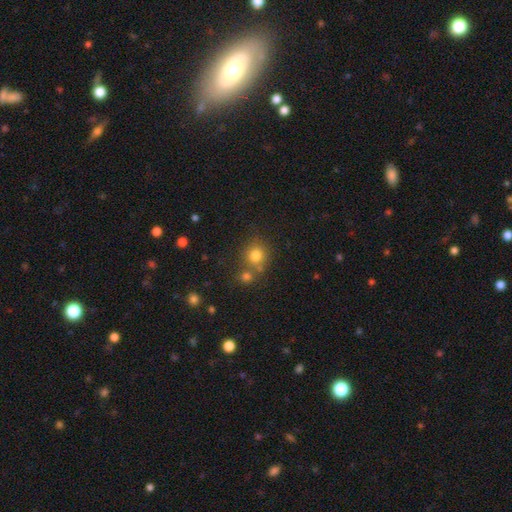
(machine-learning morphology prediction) Smooth or featured? Predicted: smooth (p=0.78). How rounded? Predicted: round (p=0.86). Merging? Predicted: none (p=0.60).